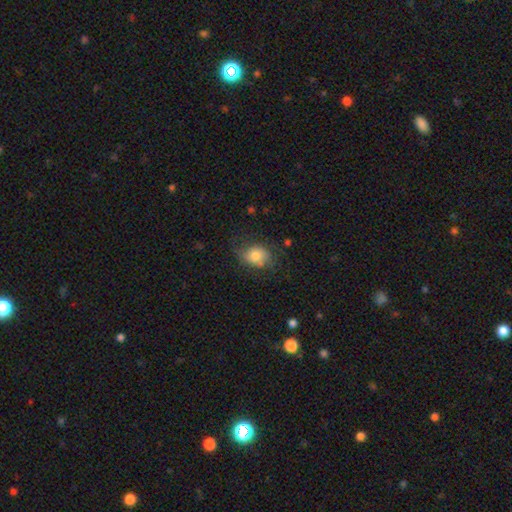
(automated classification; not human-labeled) Smooth or featured? Predicted: smooth (p=0.76). How rounded? Predicted: in between (p=0.58). Merging? Predicted: none (p=0.56).